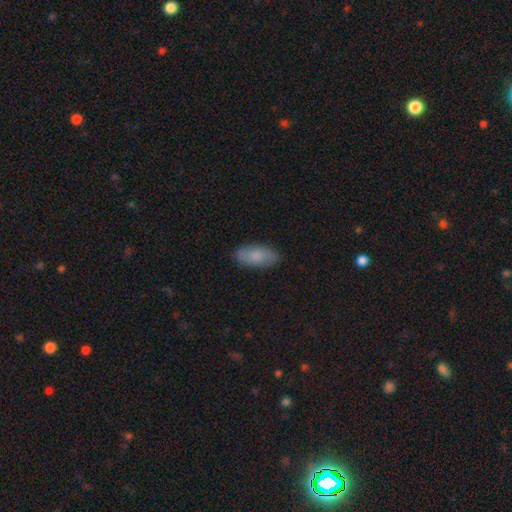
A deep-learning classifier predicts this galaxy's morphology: A smooth galaxy with no disk features (77%) that is in between round and cigar-shaped (88%).

Vote fractions:
- Smooth or featured? smooth: 77% / featured or disk: 17% / star or artifact: 6%
- How rounded? in between: 88% / cigar-shaped: 9% / round: 2%
- Merging? none: 86% / minor disturbance: 11% / major disturbance: 2% / merger: 1%